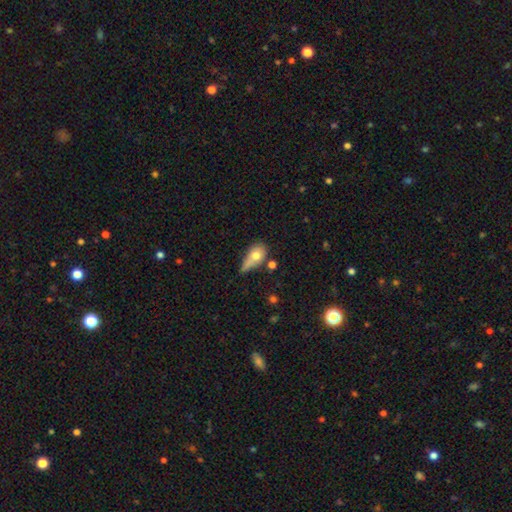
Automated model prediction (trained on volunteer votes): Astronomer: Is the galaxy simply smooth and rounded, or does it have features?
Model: smooth — 71%.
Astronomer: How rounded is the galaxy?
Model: in between — 72%.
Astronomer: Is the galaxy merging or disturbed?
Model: minor disturbance — 36% (runner-up: none, 24%).